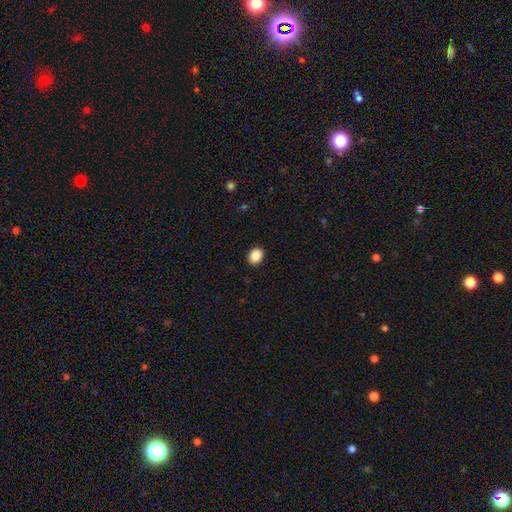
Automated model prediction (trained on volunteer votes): Morphology: type=smooth (89%); roundness=in between (55%); merging=none (91%).